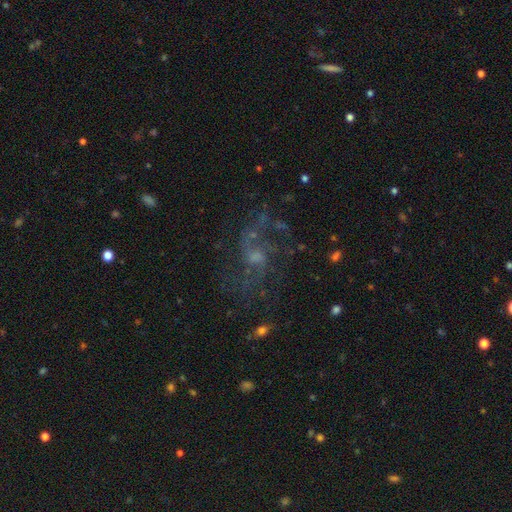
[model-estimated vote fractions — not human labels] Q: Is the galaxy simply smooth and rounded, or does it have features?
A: featured or disk — 69%.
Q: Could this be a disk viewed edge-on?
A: no — 96%.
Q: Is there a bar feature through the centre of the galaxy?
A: no — 62%.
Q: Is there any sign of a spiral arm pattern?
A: yes — 77%.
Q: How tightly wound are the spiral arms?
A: loose — 57%.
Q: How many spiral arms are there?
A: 2 — 44%.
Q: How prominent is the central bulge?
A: small — 44%.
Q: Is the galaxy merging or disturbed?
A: none — 54%.